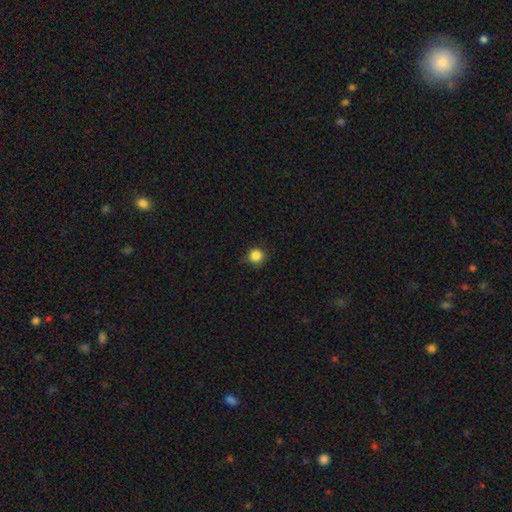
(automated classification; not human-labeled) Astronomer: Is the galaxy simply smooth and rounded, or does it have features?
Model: smooth — 86%.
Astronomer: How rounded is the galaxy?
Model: round — 92%.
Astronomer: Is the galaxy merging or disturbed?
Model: none — 82%.